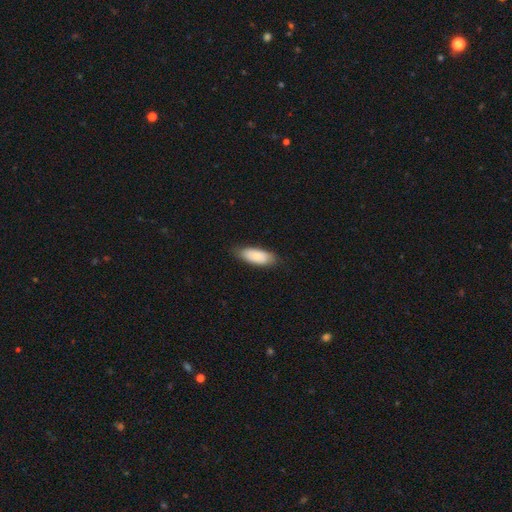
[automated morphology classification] type=smooth (80%); roundness=in between (82%); merging=none (79%).